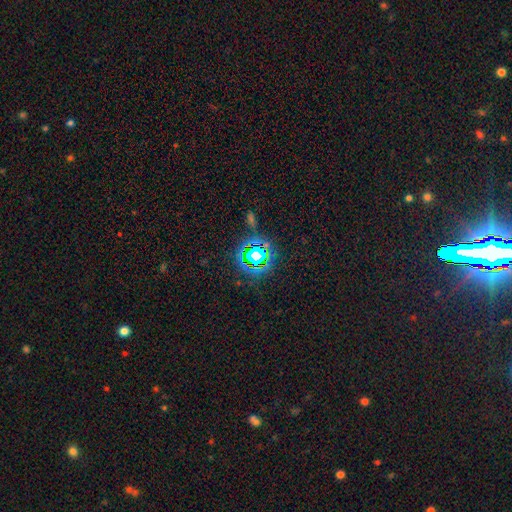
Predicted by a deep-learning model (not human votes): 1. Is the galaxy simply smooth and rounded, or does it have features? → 70% star or artifact, 18% smooth, 11% featured or disk.